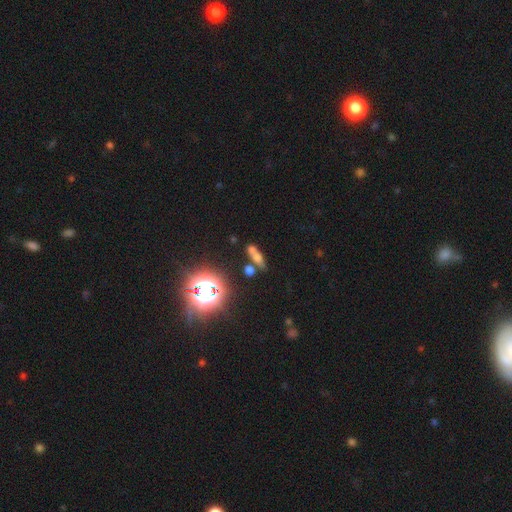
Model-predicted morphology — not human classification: This is possibly a smooth galaxy (49%). Merging: possibly none (49%).